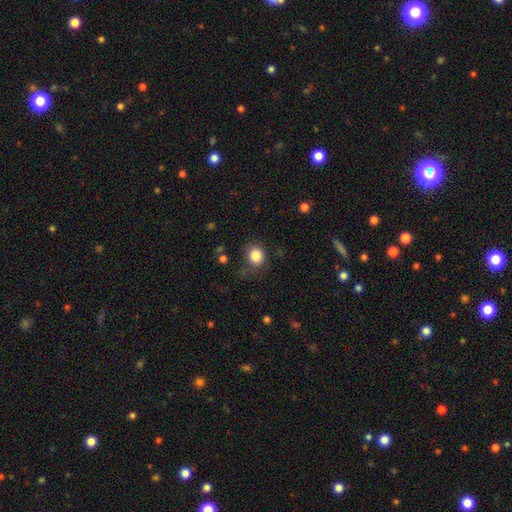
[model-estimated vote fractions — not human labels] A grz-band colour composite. It shows a smooth galaxy with no disk features (85%) that is round (74%). Merging: none (74%).